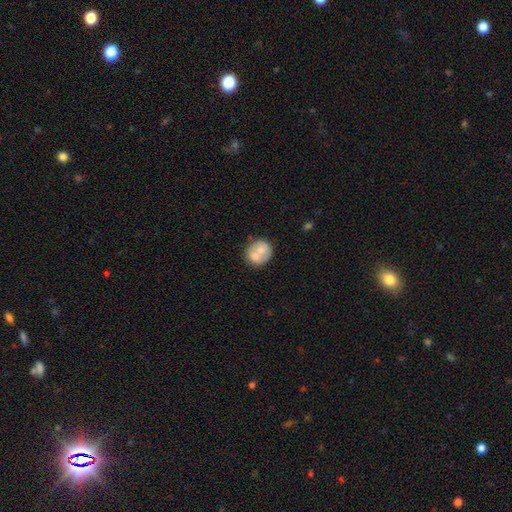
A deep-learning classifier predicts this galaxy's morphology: Overall: smooth (60%; featured or disk 32%). How rounded: round (83%). Merging: merger (43%; none 42%).